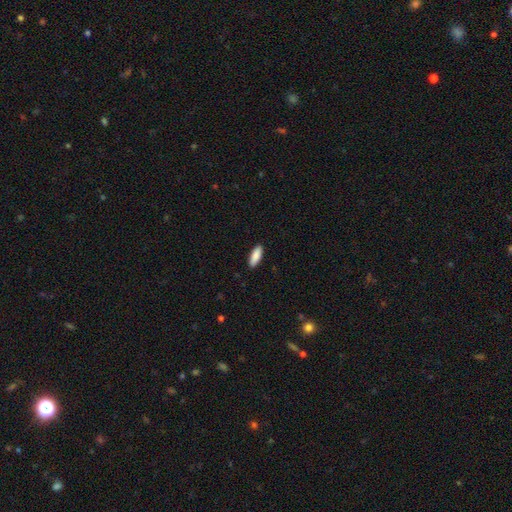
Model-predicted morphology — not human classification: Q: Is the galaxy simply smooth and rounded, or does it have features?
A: smooth — 88%.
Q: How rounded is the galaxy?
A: in between — 59%.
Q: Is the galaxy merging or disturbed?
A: none — 90%.